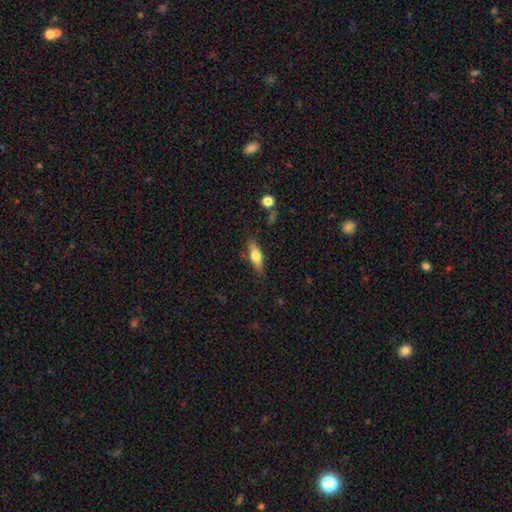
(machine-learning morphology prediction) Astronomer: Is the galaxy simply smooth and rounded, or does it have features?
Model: smooth — 62%.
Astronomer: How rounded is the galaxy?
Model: in between — 55% (runner-up: cigar-shaped, 42%).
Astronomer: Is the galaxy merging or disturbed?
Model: none — 80%.